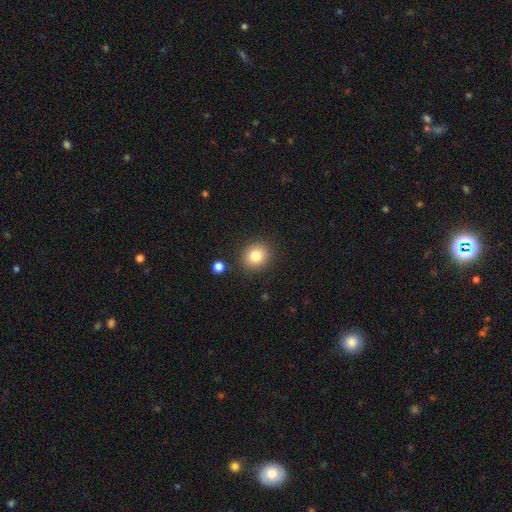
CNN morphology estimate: A smooth galaxy with no disk features (82%) that is round (82%).

Vote fractions:
- Smooth or featured? smooth: 82% / star or artifact: 11% / featured or disk: 7%
- How rounded? round: 82% / in between: 17% / cigar-shaped: 1%
- Merging? none: 87% / minor disturbance: 8% / merger: 3% / major disturbance: 3%